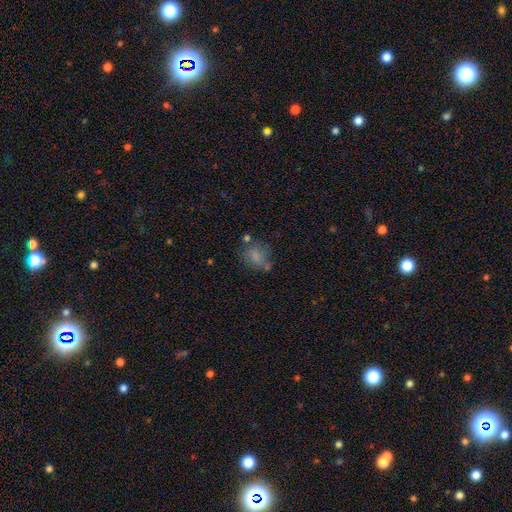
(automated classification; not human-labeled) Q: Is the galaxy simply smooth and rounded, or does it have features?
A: smooth — 74%.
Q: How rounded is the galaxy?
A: round — 50%.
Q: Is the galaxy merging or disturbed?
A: none — 55%.